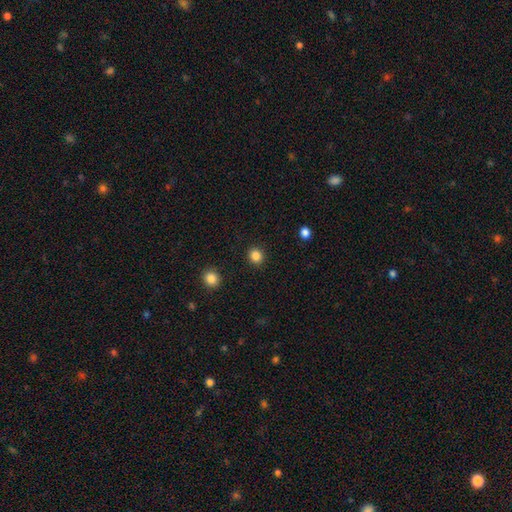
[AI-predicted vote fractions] smooth 86%, star or artifact 11%, featured or disk 3%. Down the decision tree: how rounded — round (83%); merging — none (91%).